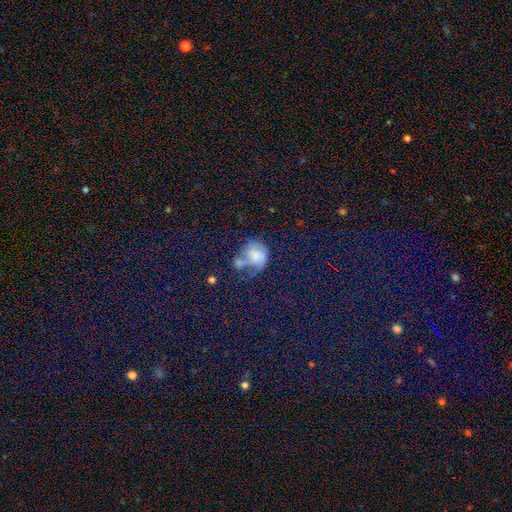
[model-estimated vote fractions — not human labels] A smooth galaxy with no disk features (53%) that is round (52%). Merging: major disturbance (30%).